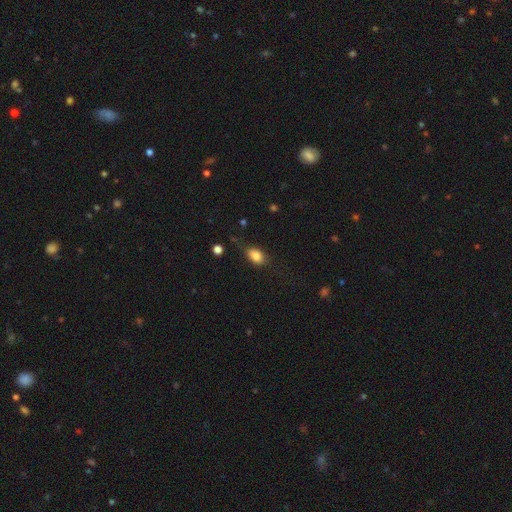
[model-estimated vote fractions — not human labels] smooth_or_featured: smooth (p=0.84) [alt: star or artifact p=0.09]
how_rounded: in between (p=0.81) [alt: round p=0.17]
merging: none (p=0.67) [alt: minor disturbance p=0.24]